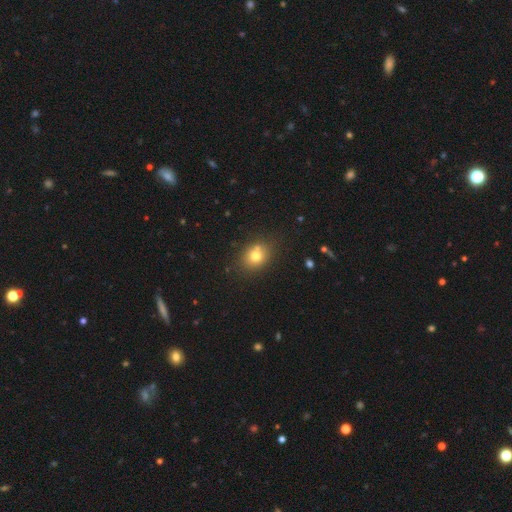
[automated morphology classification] This appears to be a smooth galaxy with no disk features (75%) that is round (58%). Merging: none (72%).